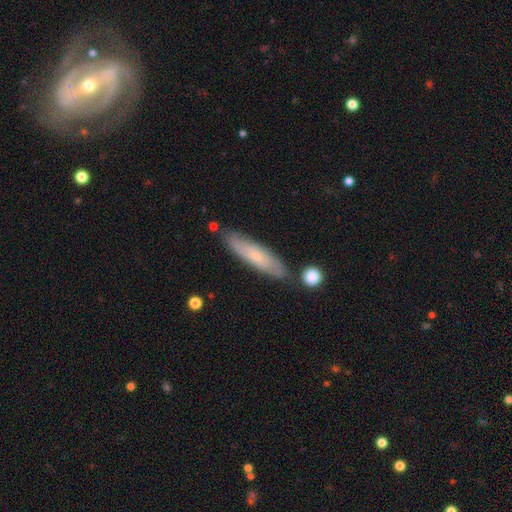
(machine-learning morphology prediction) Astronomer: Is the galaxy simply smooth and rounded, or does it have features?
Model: smooth — 54% (runner-up: featured or disk, 39%).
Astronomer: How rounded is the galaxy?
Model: cigar-shaped — 75%.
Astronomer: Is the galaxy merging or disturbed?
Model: none — 75%.